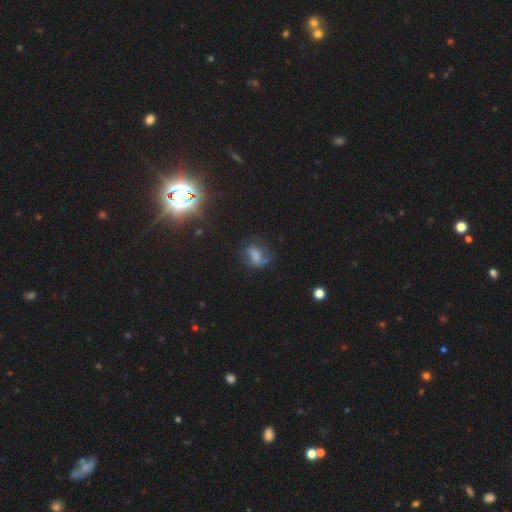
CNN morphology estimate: Smooth or featured?
  - smooth: 49% *
  - featured or disk: 32%
  - star or artifact: 19%
Merging?
  - none: 46% *
  - minor disturbance: 27%
  - major disturbance: 22%
  - merger: 5%